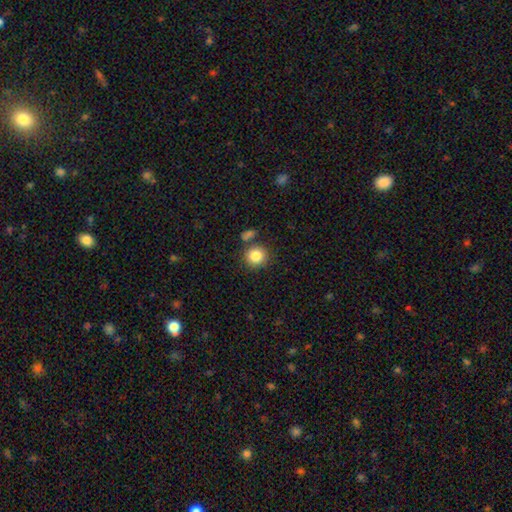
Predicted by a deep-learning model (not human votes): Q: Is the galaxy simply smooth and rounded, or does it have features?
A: smooth — 84%.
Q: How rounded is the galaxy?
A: round — 91%.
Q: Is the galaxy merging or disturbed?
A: none — 76%.